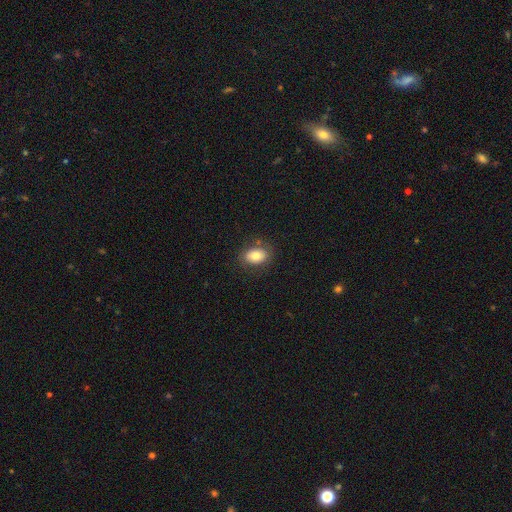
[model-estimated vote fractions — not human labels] A smooth galaxy with no disk features (79%) that is in between round and cigar-shaped (83%). Merging: none (82%).